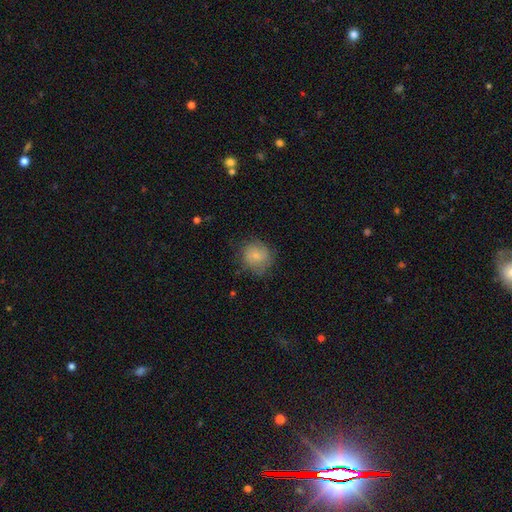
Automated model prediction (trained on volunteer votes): This appears to be a smooth galaxy with no disk features (74%) that is round (85%). Merging: none (68%).